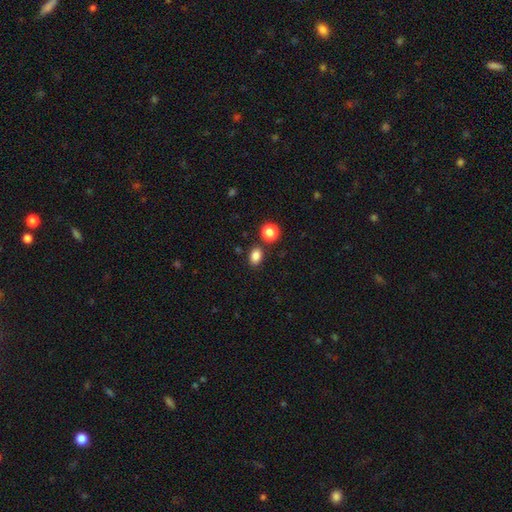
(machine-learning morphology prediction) Overall: smooth (84%). How rounded: in between (72%). Merging: none (80%).